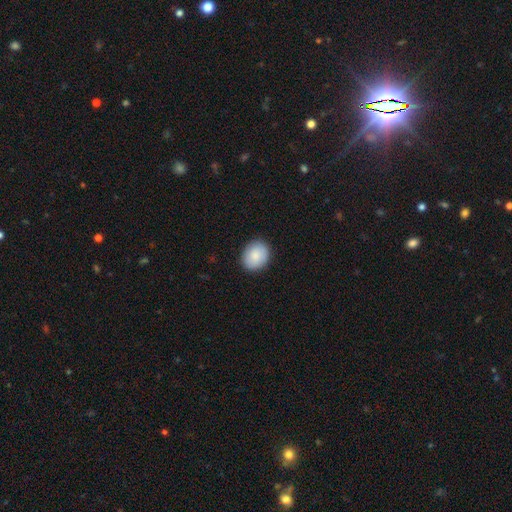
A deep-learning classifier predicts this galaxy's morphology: smooth 87%, star or artifact 6%, featured or disk 6%. Down the decision tree: how rounded — round (59%); merging — none (89%).